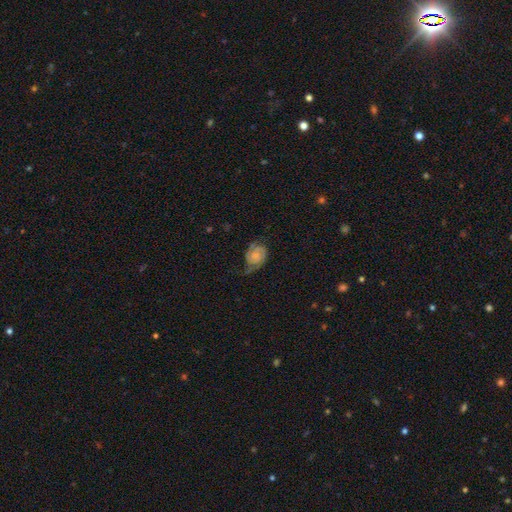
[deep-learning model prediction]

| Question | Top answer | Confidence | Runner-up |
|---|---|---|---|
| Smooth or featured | featured or disk | 59% | smooth (33%) |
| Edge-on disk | no | 97% | yes (3%) |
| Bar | no | 68% | weak (27%) |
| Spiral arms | yes | 89% | no (11%) |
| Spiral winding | medium | 40% | tight (38%) |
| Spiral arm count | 2 | 60% | can't tell (16%) |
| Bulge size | small | 40% | moderate (26%) |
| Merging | none | 38% | minor disturbance (32%) |